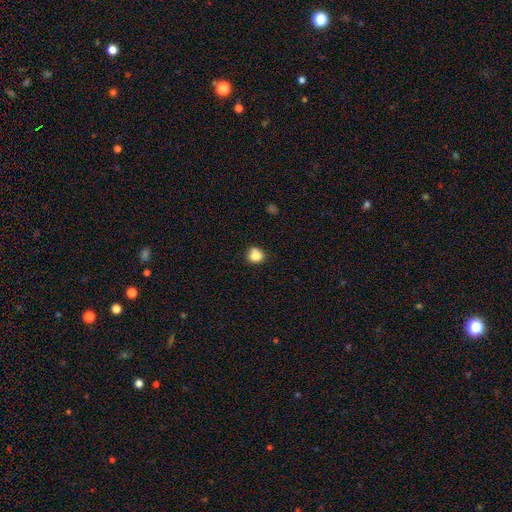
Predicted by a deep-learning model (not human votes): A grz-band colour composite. It shows a smooth galaxy with no disk features (83%) that is round (77%). Merging: none (64%).